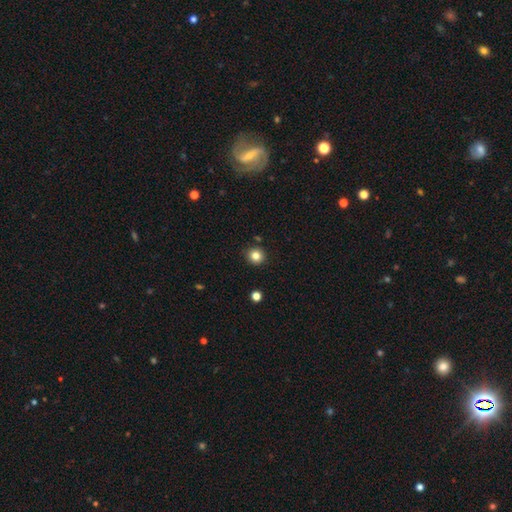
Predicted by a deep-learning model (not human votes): Smooth or featured? smooth (83%)
How rounded? round (91%)
Merging? none (90%)